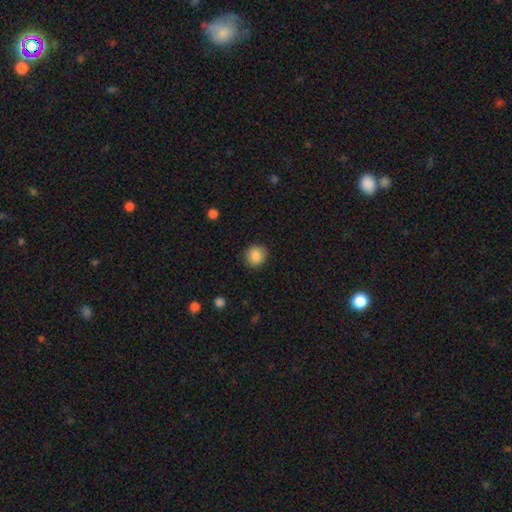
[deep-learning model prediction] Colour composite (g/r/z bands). It shows a smooth galaxy with no disk features (88%) that is round (90%). Merging: none (90%).